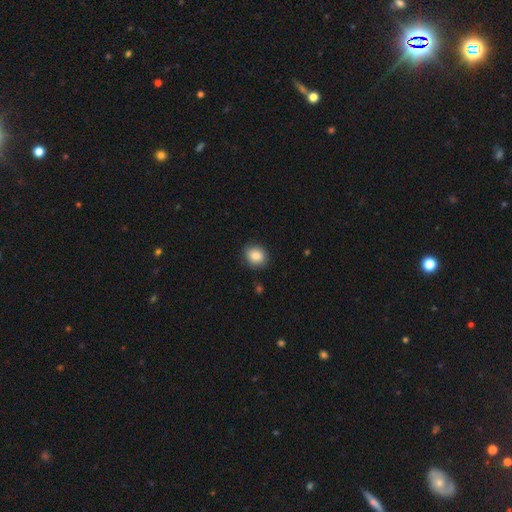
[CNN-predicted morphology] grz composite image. It shows a smooth galaxy with no disk features (85%) that is round (67%). Merging: none (84%).